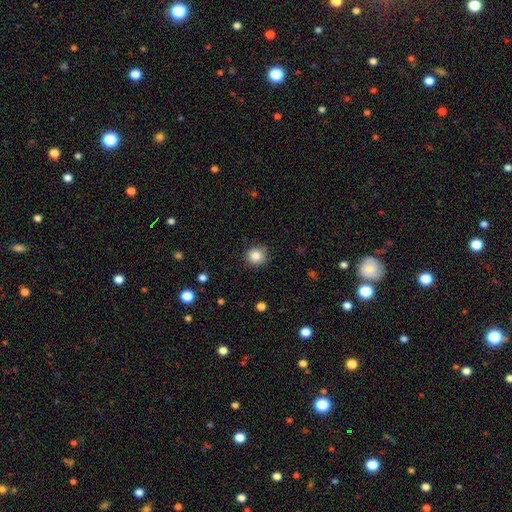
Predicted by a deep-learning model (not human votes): smooth 84%, star or artifact 10%, featured or disk 5%. Down the decision tree: how rounded — round (92%); merging — none (88%).